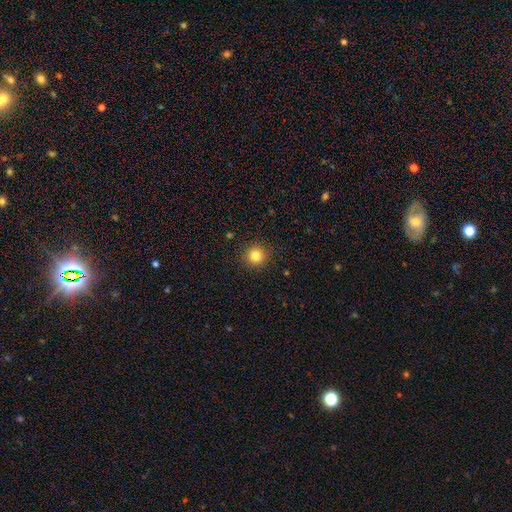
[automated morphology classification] type=smooth (83%); roundness=round (94%); merging=none (91%).